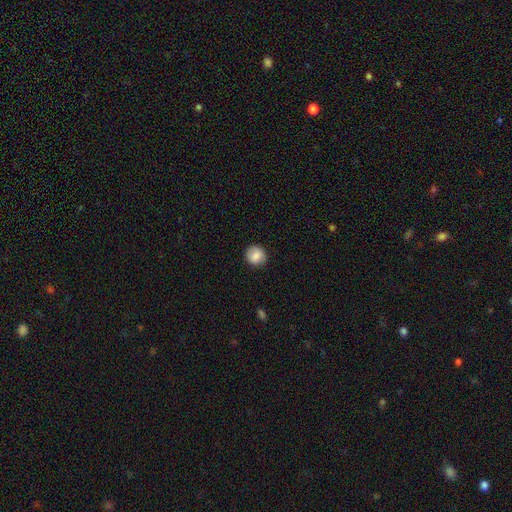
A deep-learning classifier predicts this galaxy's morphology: Smooth or featured?
  - smooth: 84% *
  - featured or disk: 8%
  - star or artifact: 8%
How rounded?
  - round: 89% *
  - in between: 10%
  - cigar-shaped: 1%
Merging?
  - none: 88% *
  - minor disturbance: 9%
  - major disturbance: 2%
  - merger: 1%